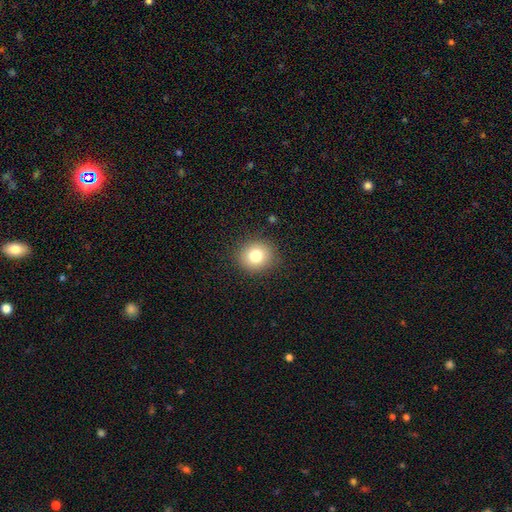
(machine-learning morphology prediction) smooth-or-featured: smooth: 79% | star or artifact: 11% | featured or disk: 10%
  how-rounded: round: 80% | in between: 19% | cigar-shaped: 1%
  merging: none: 89% | minor disturbance: 8% | major disturbance: 3% | merger: 1%